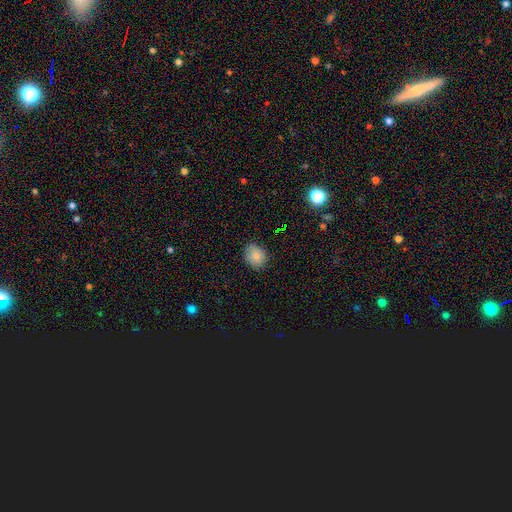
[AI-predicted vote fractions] This appears to be a smooth galaxy with no disk features (81%) that is round (54%). Merging: none (80%).